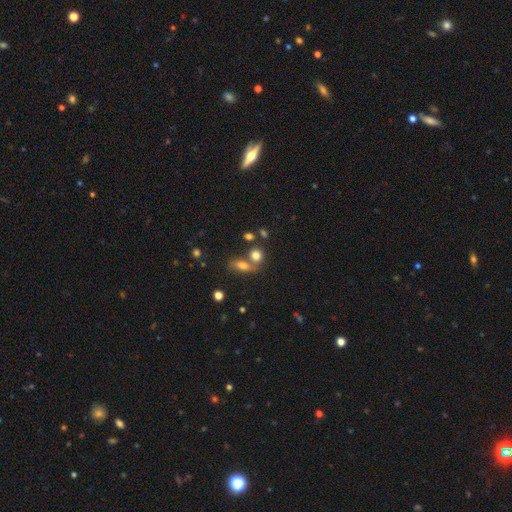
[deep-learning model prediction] Overall: smooth (76%). How rounded: round (55%; in between 41%). Merging: none (48%; merger 38%).